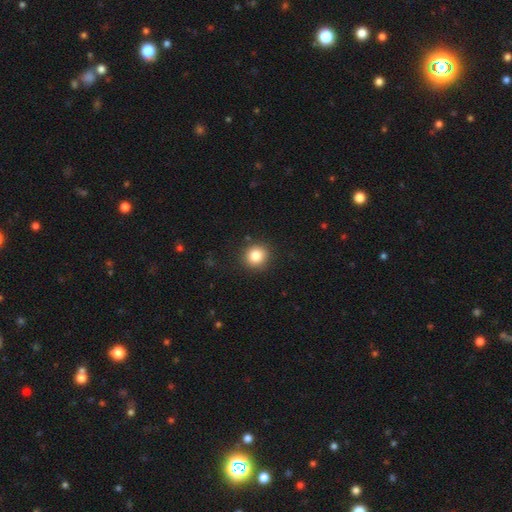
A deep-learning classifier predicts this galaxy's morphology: Smooth or featured: smooth — 84% (star or artifact — 10%)
How rounded: round — 90% (in between — 9%)
Merging: none — 89% (minor disturbance — 7%)